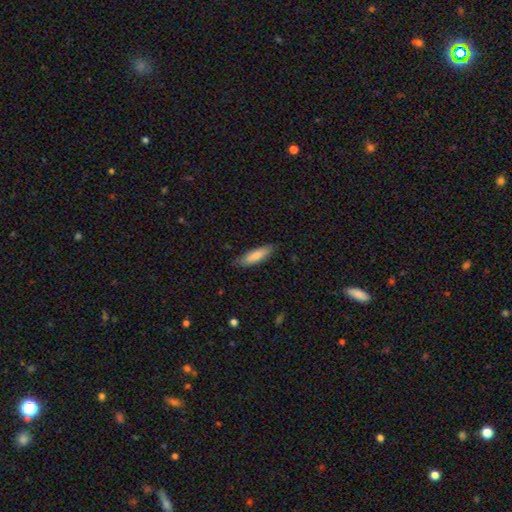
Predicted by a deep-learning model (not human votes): Overall: smooth (84%). How rounded: cigar-shaped (63%; in between 36%). Merging: none (82%).